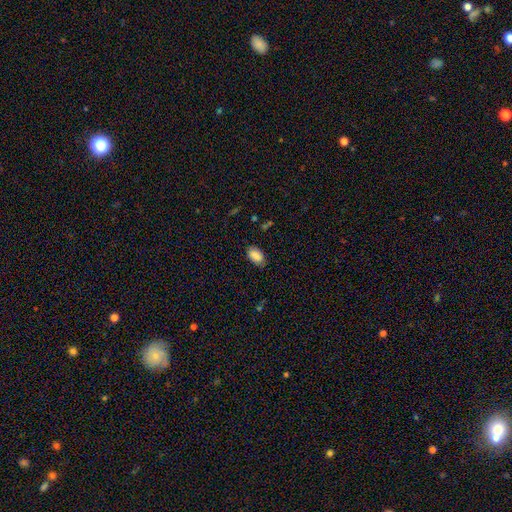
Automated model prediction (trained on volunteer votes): Q: Smooth or featured?
A: smooth (87%); runner-up: star or artifact (8%)
Q: How rounded?
A: in between (93%); runner-up: round (5%)
Q: Merging?
A: none (79%); runner-up: minor disturbance (16%)